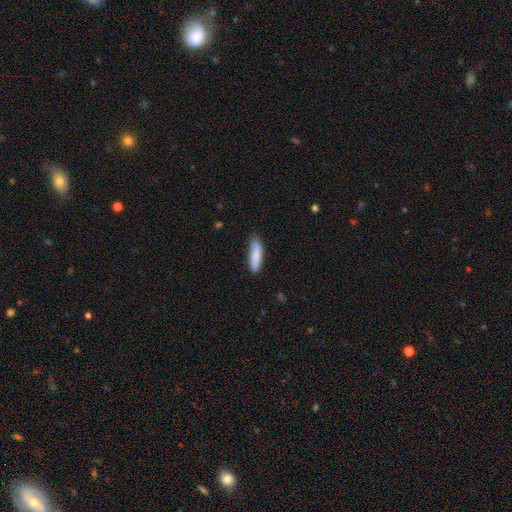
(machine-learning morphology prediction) A smooth galaxy with no disk features (86%) that is cigar-shaped (64%).

Vote fractions:
- Smooth or featured? smooth: 86% / featured or disk: 8% / star or artifact: 6%
- How rounded? cigar-shaped: 64% / in between: 35% / round: 1%
- Merging? none: 79% / minor disturbance: 17% / major disturbance: 2% / merger: 1%